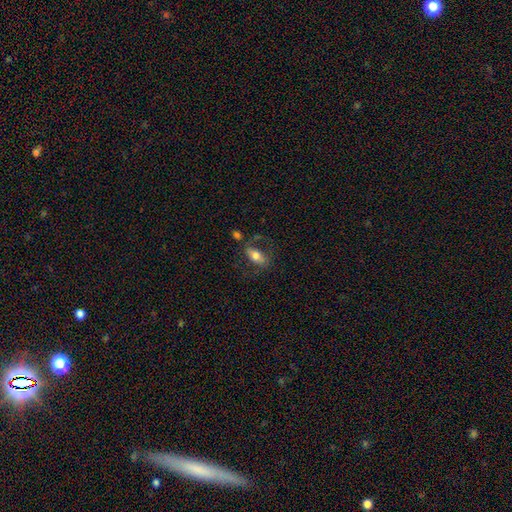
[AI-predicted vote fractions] The model was most divided on "smooth or featured": smooth: 66%, featured or disk: 26%, star or artifact: 8%. More confident: how rounded — in between (86%); merging — none (59%).